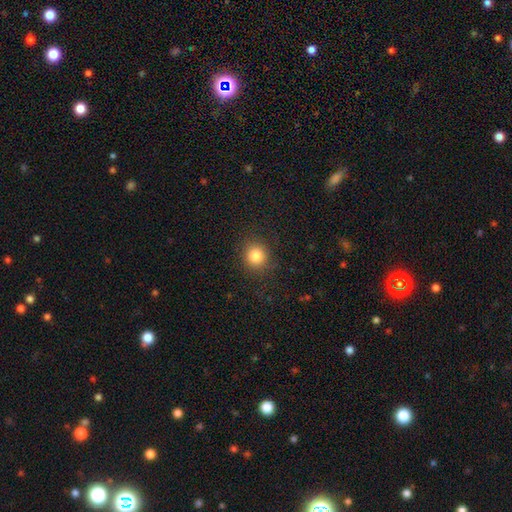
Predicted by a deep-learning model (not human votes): Smooth or featured? smooth (83%)
How rounded? round (89%)
Merging? none (88%)